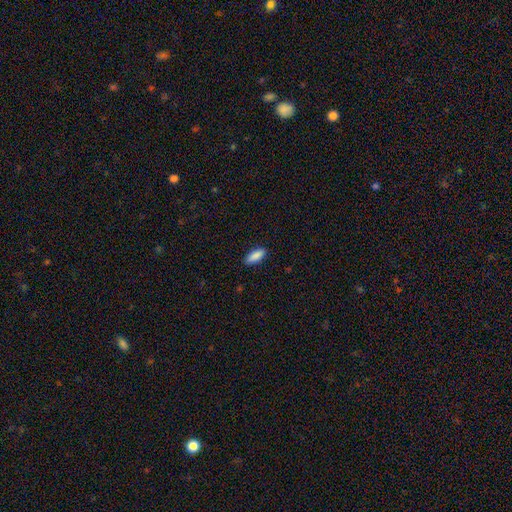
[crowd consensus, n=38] Morphology: type=smooth (89%); roundness=in between (71%); merging=none (77%).